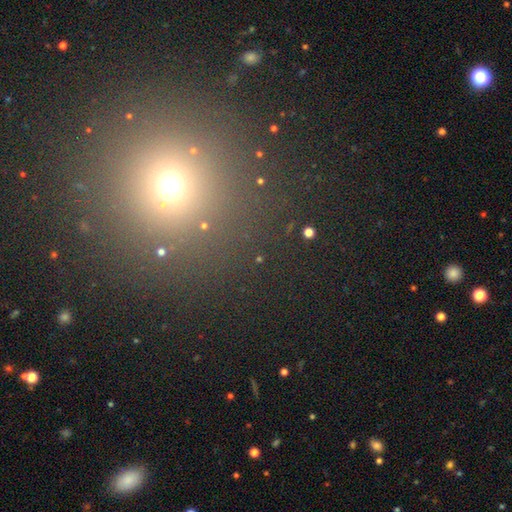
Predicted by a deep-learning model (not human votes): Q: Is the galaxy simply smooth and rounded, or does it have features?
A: smooth — 47%.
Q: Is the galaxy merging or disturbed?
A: none — 89%.